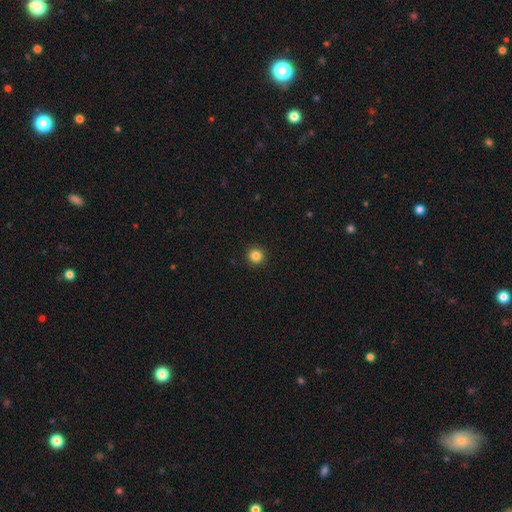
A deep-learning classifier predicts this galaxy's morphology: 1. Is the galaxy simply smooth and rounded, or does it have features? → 85% smooth, 11% star or artifact, 4% featured or disk.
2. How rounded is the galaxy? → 95% round, 4% in between, 1% cigar-shaped.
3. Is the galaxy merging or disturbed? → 93% none, 4% minor disturbance, 2% major disturbance, 1% merger.